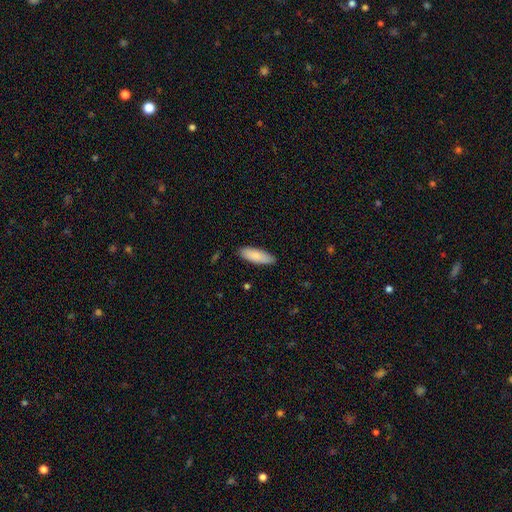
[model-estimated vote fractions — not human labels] Q: Smooth or featured?
A: smooth (86%); runner-up: featured or disk (9%)
Q: How rounded?
A: in between (60%); runner-up: cigar-shaped (39%)
Q: Merging?
A: none (86%); runner-up: minor disturbance (11%)